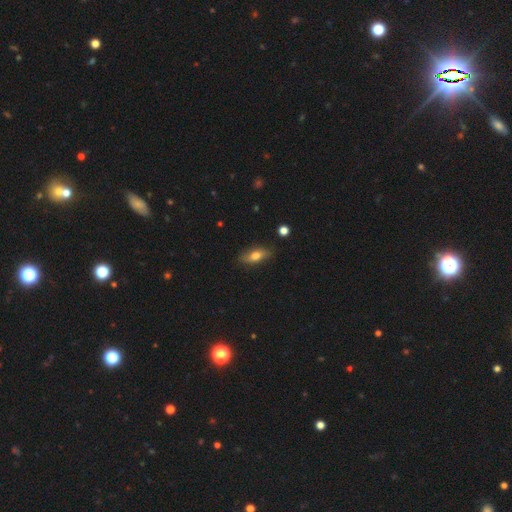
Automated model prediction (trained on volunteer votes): Overall: smooth (69%). How rounded: in between (73%). Merging: none (83%).